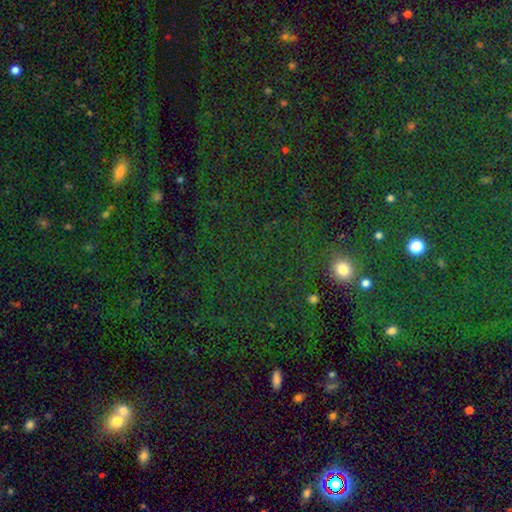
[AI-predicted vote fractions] smooth-or-featured: star or artifact: 77% | smooth: 15% | featured or disk: 8%